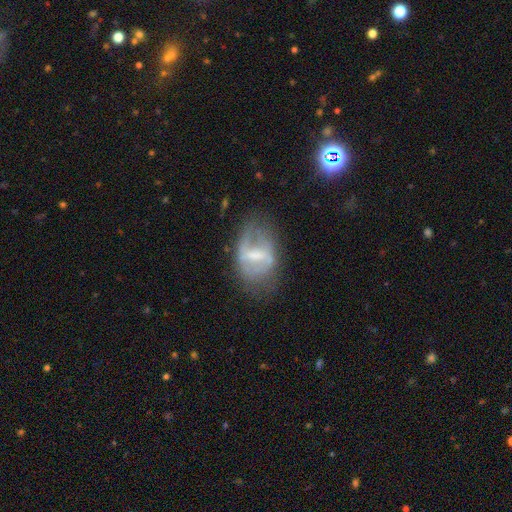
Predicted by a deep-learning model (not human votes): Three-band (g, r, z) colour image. It shows a featured or disk galaxy (64%) with a strong bar (44%), no spiral arms (56%) and a moderate central bulge (35%). Merging: none (48%).